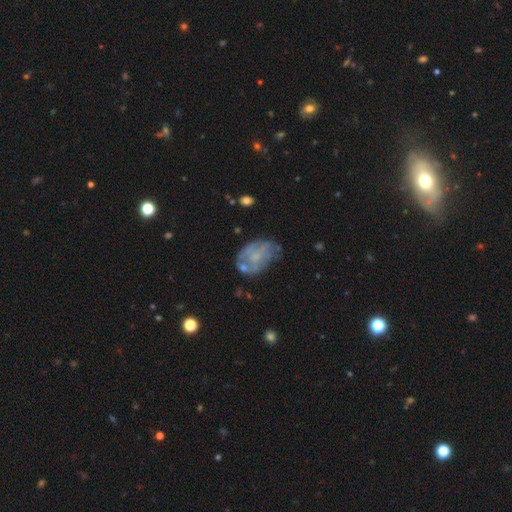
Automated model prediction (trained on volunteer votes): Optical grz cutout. It shows a featured or disk galaxy (57%) with no bar (77%), no spiral arms (58%) and a small central bulge (37%). Merging: none (50%).